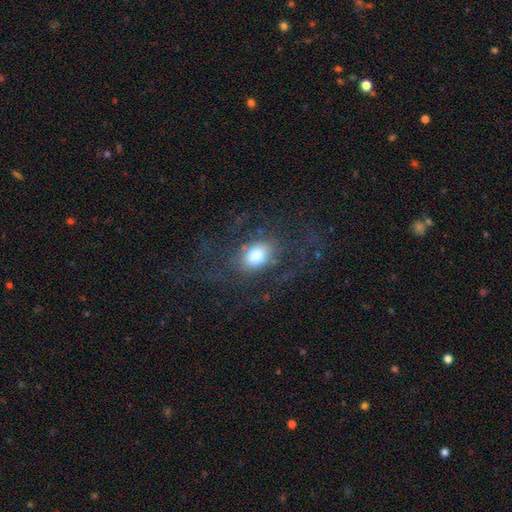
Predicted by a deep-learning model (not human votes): This appears to be a smooth galaxy with no disk features (58%) that is in between round and cigar-shaped (74%). Merging: none (62%).